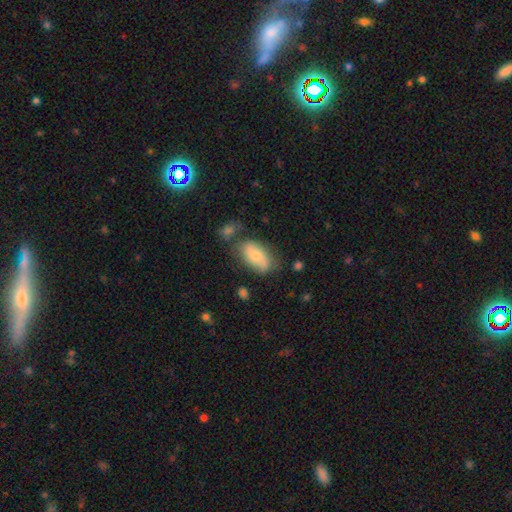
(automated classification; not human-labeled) Smooth or featured? smooth (69%)
How rounded? in between (92%)
Merging? none (57%)